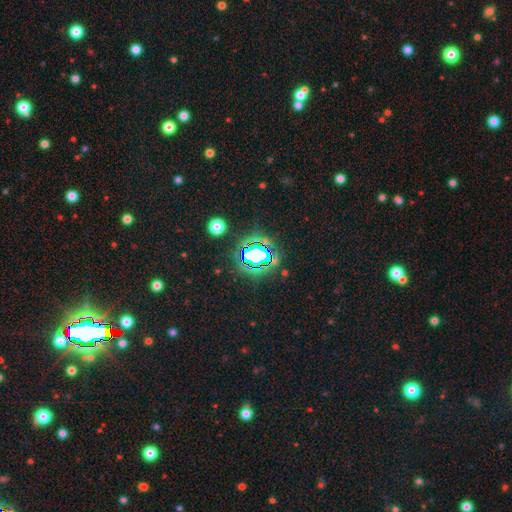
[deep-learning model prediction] star or artifact 68%, smooth 21%, featured or disk 11%.